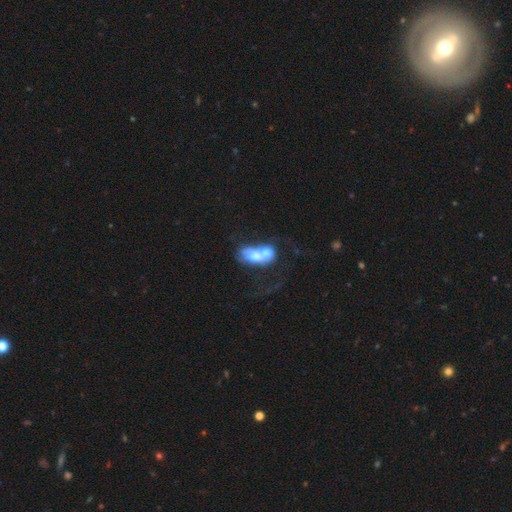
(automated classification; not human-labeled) Smooth or featured? Predicted: smooth (p=0.46). Merging? Predicted: merger (p=0.69).